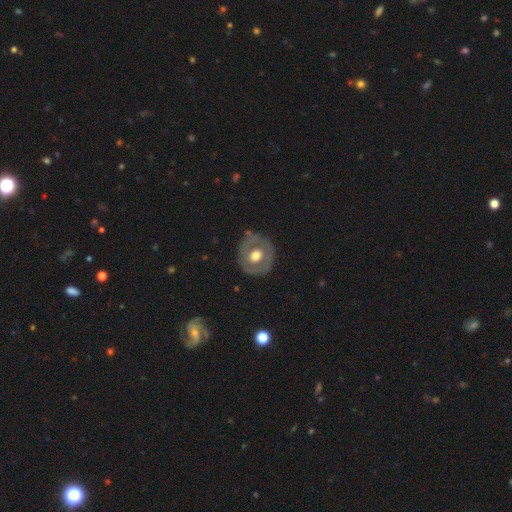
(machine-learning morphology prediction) type=featured or disk (54%); edge-on=no (95%); bar=no (79%); spiral arms=no (85%); bulge=moderate (62%); merging=none (78%).